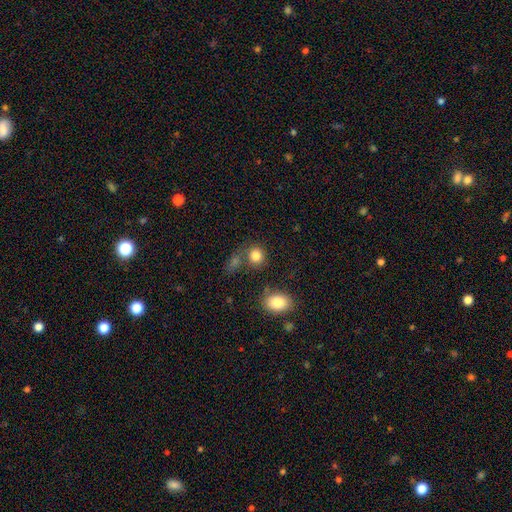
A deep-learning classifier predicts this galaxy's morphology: This appears to be a smooth galaxy with no disk features (83%) that is round (81%). Merging: none (67%).